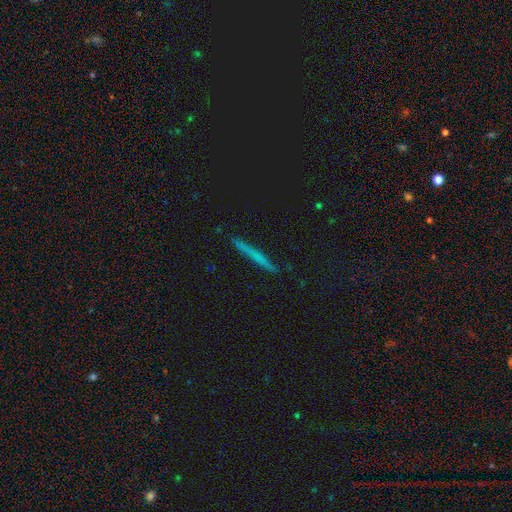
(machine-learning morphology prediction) Smooth or featured: smooth — 51% (featured or disk — 37%)
How rounded: cigar-shaped — 96% (in between — 3%)
Merging: none — 90% (minor disturbance — 7%)